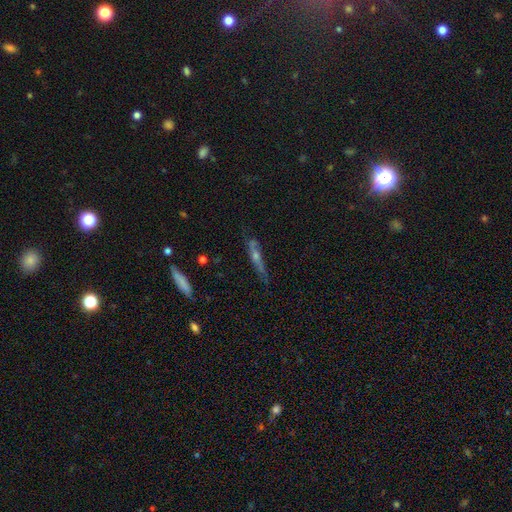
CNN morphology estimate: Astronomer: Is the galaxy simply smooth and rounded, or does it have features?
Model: featured or disk — 59%.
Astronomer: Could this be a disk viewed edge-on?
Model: yes — 84%.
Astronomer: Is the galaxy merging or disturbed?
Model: none — 68%.